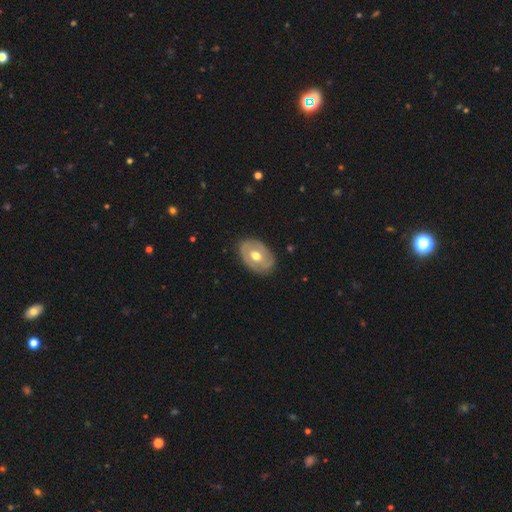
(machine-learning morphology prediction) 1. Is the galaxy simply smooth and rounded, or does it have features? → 56% featured or disk, 39% smooth, 5% star or artifact.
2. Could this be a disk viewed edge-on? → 92% no, 8% yes.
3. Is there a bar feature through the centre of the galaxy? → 69% no, 24% weak, 8% strong.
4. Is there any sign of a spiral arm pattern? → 71% no, 29% yes.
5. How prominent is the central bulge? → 78% moderate, 13% large, 7% small, 1% dominant, 1% none.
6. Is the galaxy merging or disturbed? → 80% none, 15% minor disturbance, 4% major disturbance, 1% merger.